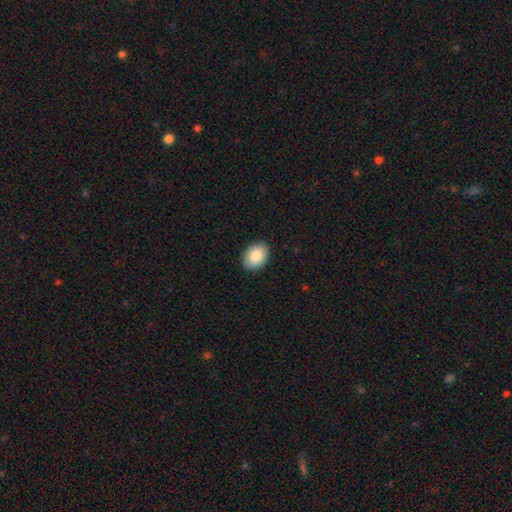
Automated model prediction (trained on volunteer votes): This appears to be a smooth galaxy with no disk features (84%) that is in between round and cigar-shaped (76%). Merging: none (90%).